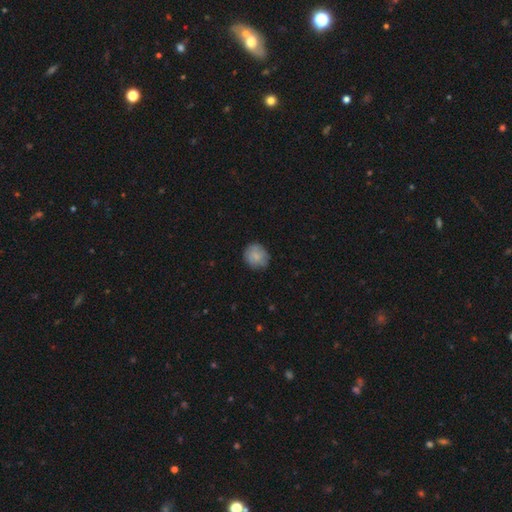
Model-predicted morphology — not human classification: Smooth or featured? Predicted: smooth (p=0.81). How rounded? Predicted: round (p=0.80). Merging? Predicted: none (p=0.79).